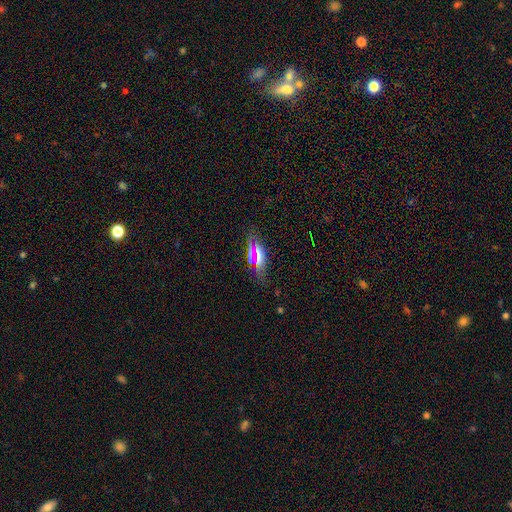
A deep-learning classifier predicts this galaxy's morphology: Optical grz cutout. It shows a smooth galaxy with no disk features (58%) that is in between round and cigar-shaped (72%). Merging: none (78%).